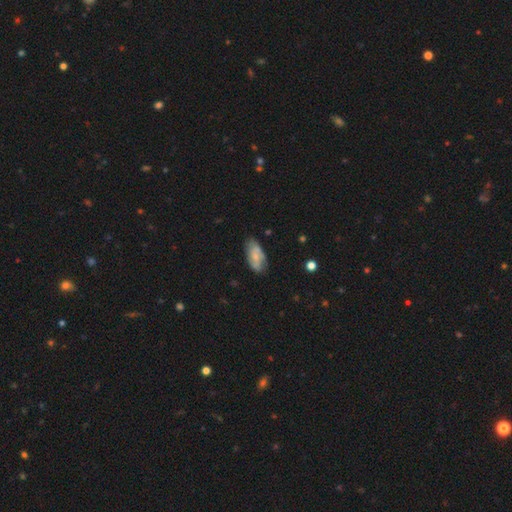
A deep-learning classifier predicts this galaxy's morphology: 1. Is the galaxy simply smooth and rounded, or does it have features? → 50% smooth, 43% featured or disk, 7% star or artifact.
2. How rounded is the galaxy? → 90% in between, 7% cigar-shaped, 3% round.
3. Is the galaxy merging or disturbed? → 67% none, 24% minor disturbance, 6% major disturbance, 2% merger.